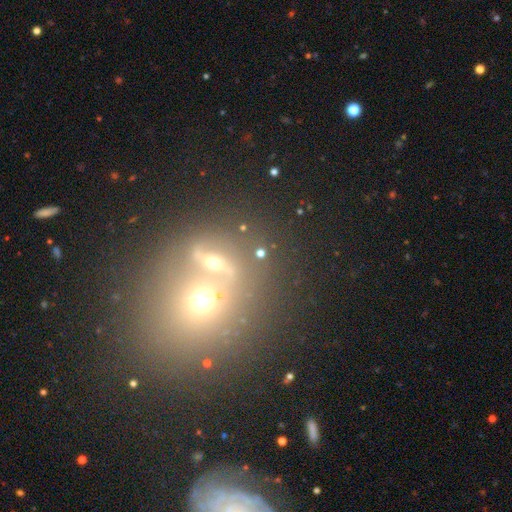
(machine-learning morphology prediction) smooth_or_featured: smooth (p=0.40) [alt: featured or disk p=0.30]
merging: merger (p=0.61) [alt: none p=0.27]